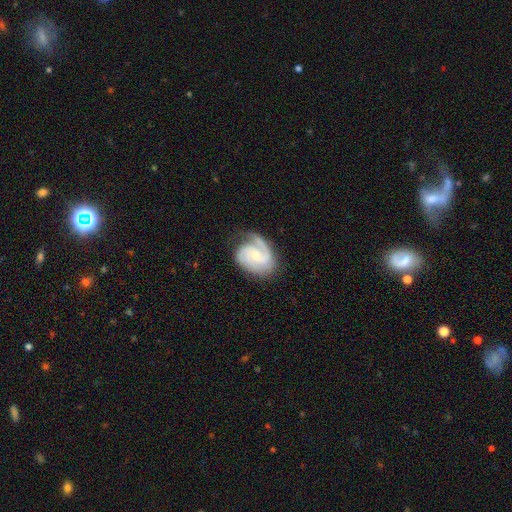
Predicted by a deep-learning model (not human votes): Smooth or featured?
  - featured or disk: 89% *
  - smooth: 7%
  - star or artifact: 4%
Edge-on disk?
  - no: 98% *
  - yes: 2%
Bar?
  - no: 52% *
  - weak: 40%
  - strong: 8%
Spiral arms?
  - yes: 98% *
  - no: 2%
Spiral winding?
  - tight: 48% *
  - medium: 43%
  - loose: 8%
Spiral arm count?
  - 2: 47% *
  - 3: 35%
  - can't tell: 7%
  - 1: 5%
  - 4: 3%
  - more than 4: 3%
Bulge size?
  - small: 54% *
  - moderate: 41%
  - none: 2%
  - large: 1%
  - dominant: 1%
Merging?
  - none: 70% *
  - minor disturbance: 21%
  - major disturbance: 8%
  - merger: 1%